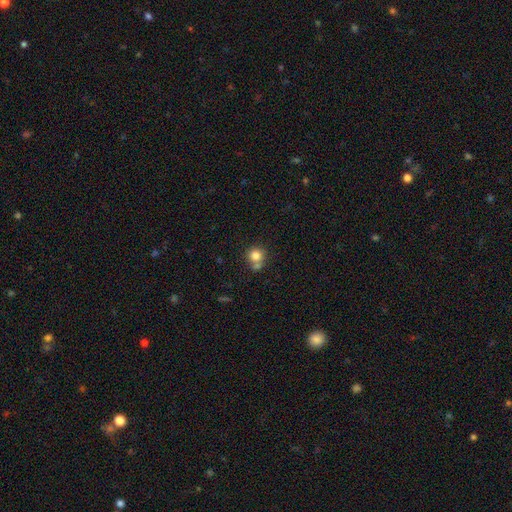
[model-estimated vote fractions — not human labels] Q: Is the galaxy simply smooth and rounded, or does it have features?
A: smooth — 80%.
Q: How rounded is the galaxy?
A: round — 90%.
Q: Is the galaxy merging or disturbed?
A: none — 57%.